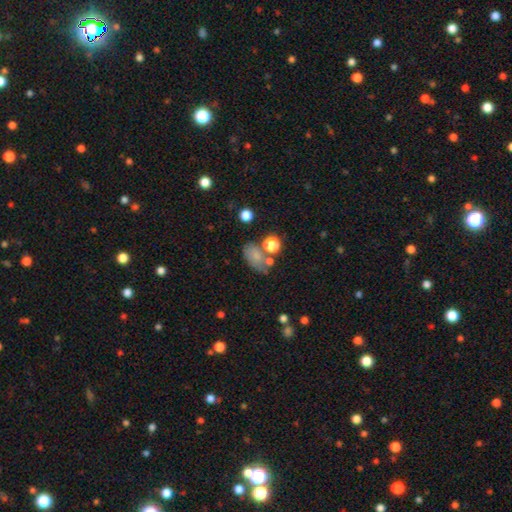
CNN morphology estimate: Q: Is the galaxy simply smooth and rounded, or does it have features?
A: smooth — 73%.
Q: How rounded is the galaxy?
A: in between — 82%.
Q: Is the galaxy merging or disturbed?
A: none — 51%.